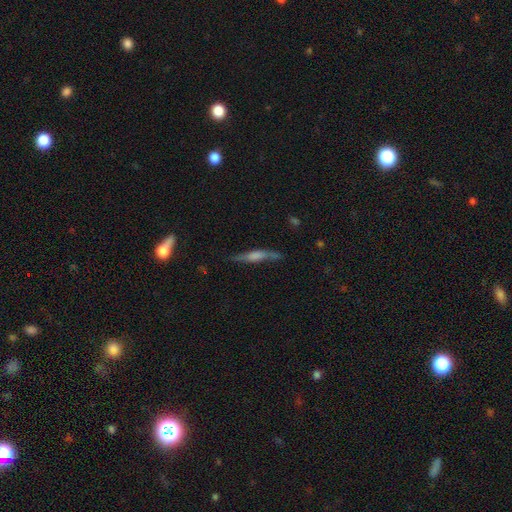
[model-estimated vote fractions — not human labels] This appears to be a featured or disk galaxy (67%) viewed edge-on (87%) with a rounded central bulge (59%). Merging: none (75%).